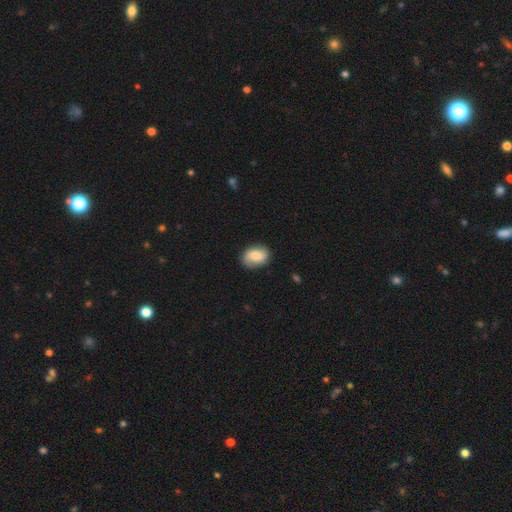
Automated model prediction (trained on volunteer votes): smooth-or-featured: smooth: 65% | featured or disk: 27% | star or artifact: 8%
  how-rounded: in between: 74% | round: 25% | cigar-shaped: 1%
  merging: none: 80% | minor disturbance: 15% | major disturbance: 4% | merger: 1%